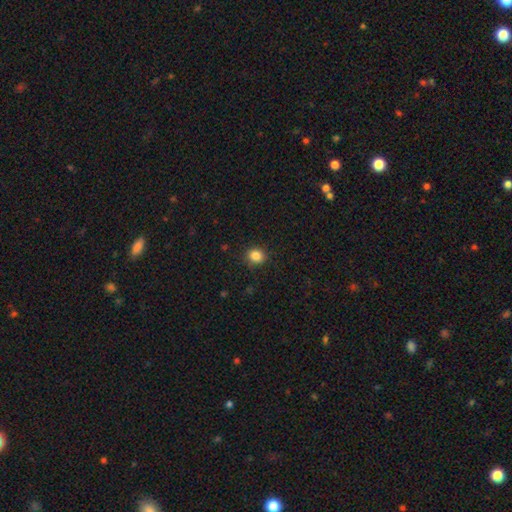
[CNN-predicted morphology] This appears to be a smooth galaxy with no disk features (85%) that is round (81%). Merging: none (89%).